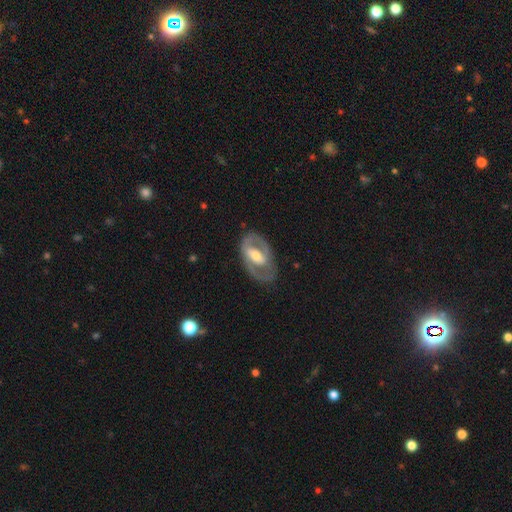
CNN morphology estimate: featured or disk 75%, smooth 21%, star or artifact 4%. Down the decision tree: edge-on disk — no (93%); bar — weak (37%); spiral arms — yes (59%); bulge size — moderate (63%); merging — none (76%).